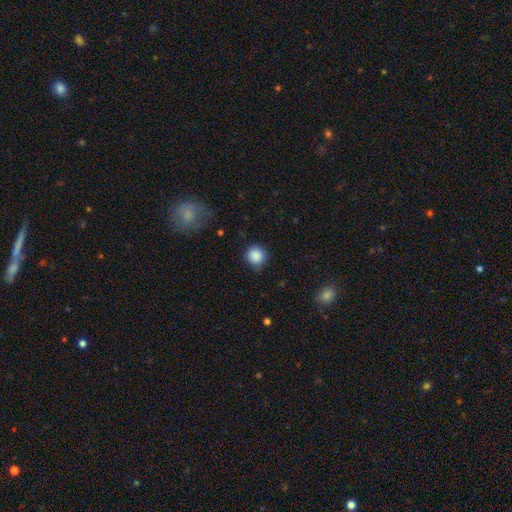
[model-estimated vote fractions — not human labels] Smooth or featured? Predicted: smooth (p=0.88). How rounded? Predicted: round (p=0.89). Merging? Predicted: none (p=0.82).